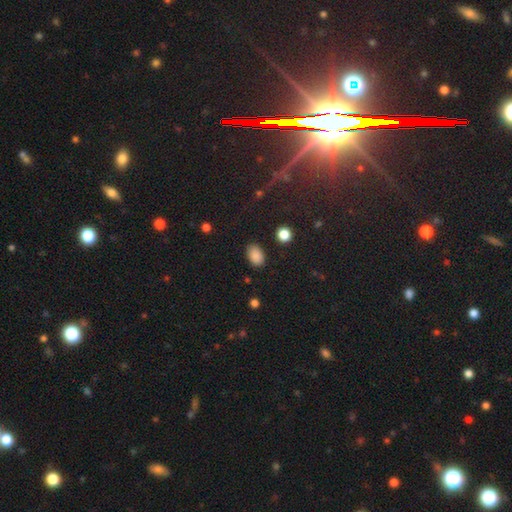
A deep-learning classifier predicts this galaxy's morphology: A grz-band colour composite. It shows a smooth galaxy with no disk features (87%) that is in between round and cigar-shaped (87%). Merging: none (86%).